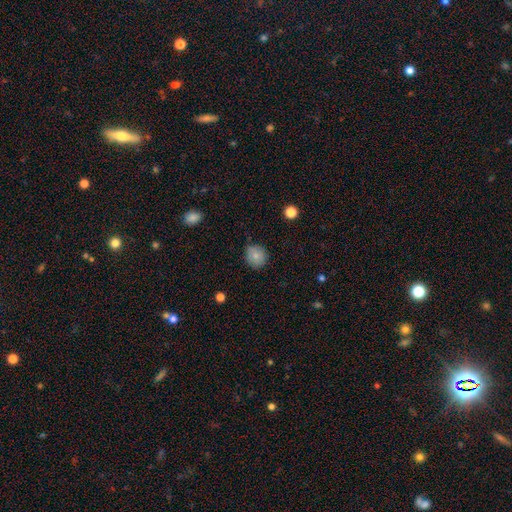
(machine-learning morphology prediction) smooth-or-featured: smooth: 79% | featured or disk: 11% | star or artifact: 10%
  how-rounded: round: 86% | in between: 13% | cigar-shaped: 1%
  merging: none: 80% | minor disturbance: 16% | major disturbance: 3% | merger: 2%